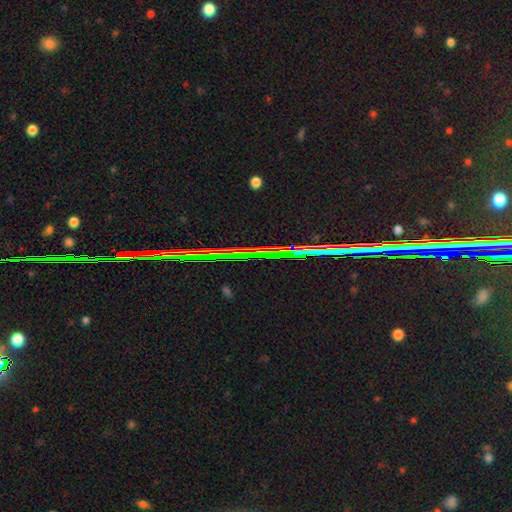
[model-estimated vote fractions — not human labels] Morphology: type=star or artifact (84%).